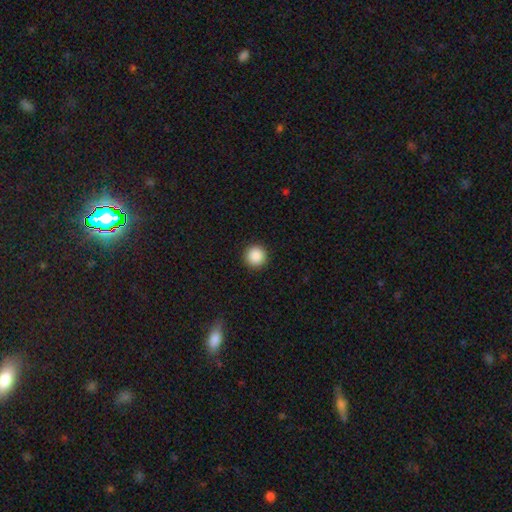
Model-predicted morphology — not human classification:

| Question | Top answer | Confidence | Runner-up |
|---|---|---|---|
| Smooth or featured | smooth | 89% | star or artifact (9%) |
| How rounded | round | 96% | in between (3%) |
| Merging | none | 93% | minor disturbance (4%) |